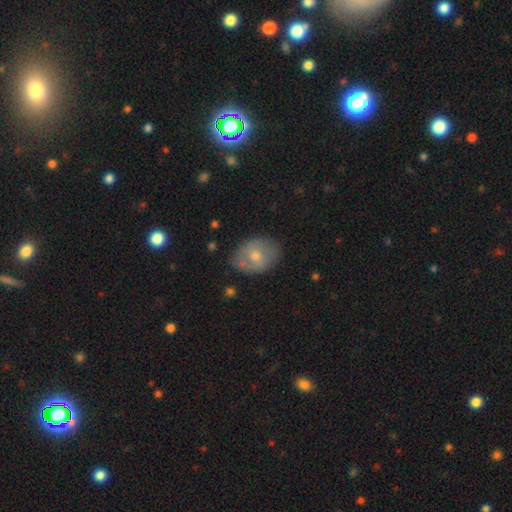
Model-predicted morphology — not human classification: Smooth or featured? smooth (47%)
Merging? none (78%)